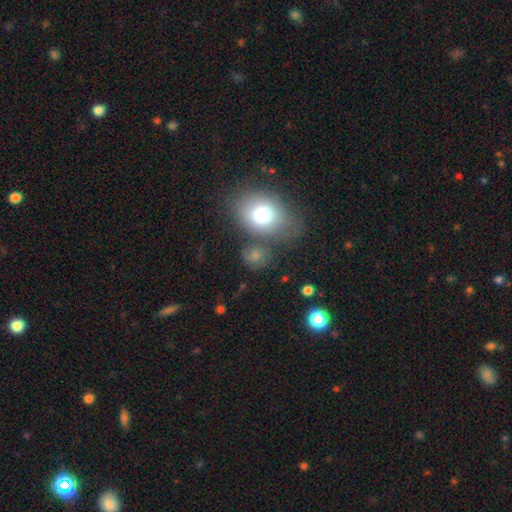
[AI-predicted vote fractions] Q: Smooth or featured?
A: smooth (68%); runner-up: featured or disk (17%)
Q: How rounded?
A: round (69%); runner-up: in between (30%)
Q: Merging?
A: none (58%); runner-up: merger (17%)